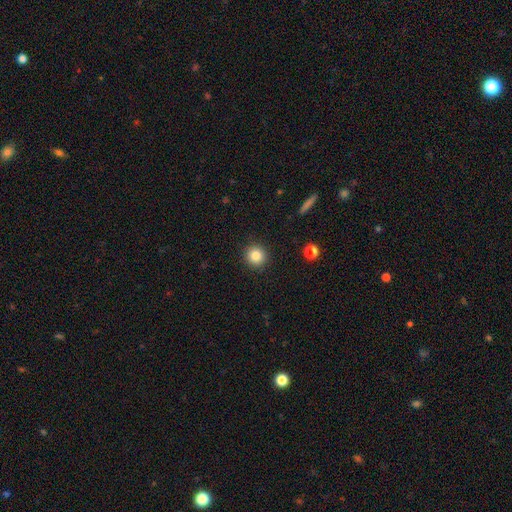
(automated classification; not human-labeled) Smooth or featured? smooth (83%)
How rounded? round (94%)
Merging? none (92%)